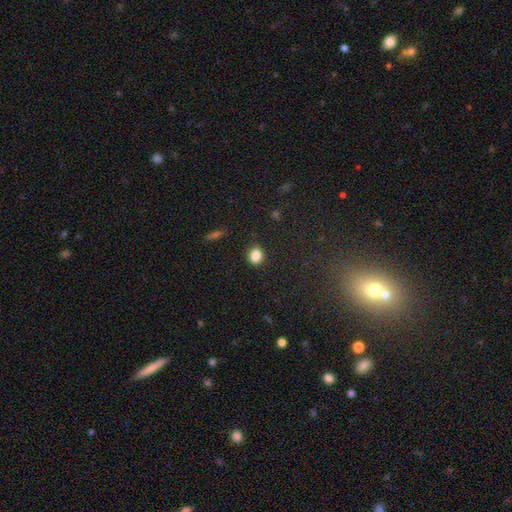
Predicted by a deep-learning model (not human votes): smooth 85%, star or artifact 10%, featured or disk 5%. Down the decision tree: how rounded — in between (52%); merging — none (86%).